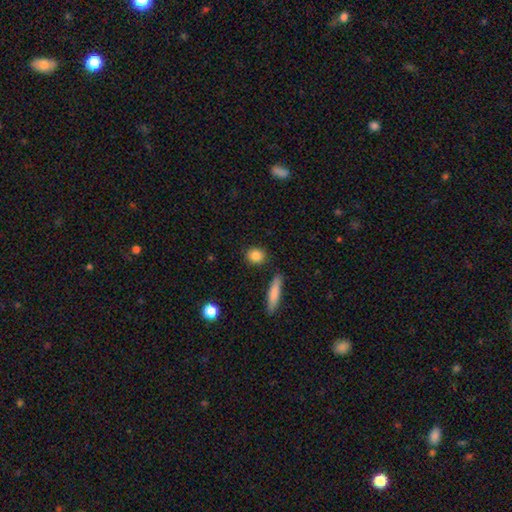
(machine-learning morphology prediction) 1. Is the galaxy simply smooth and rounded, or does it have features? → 86% smooth, 8% star or artifact, 6% featured or disk.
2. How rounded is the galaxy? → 65% round, 29% in between, 5% cigar-shaped.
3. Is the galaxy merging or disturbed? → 85% none, 9% minor disturbance, 3% merger, 3% major disturbance.